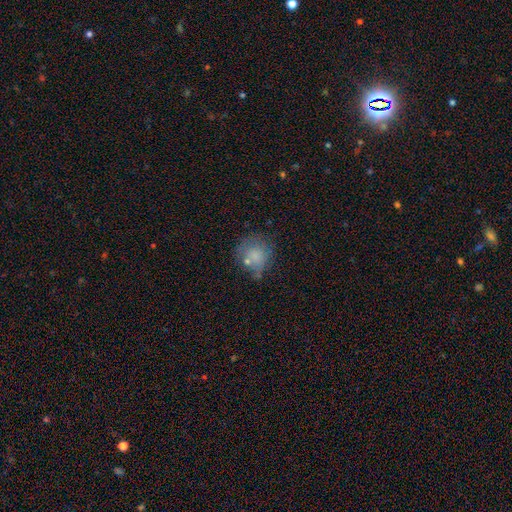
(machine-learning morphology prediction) Smooth or featured?
  - smooth: 71% *
  - featured or disk: 18%
  - star or artifact: 11%
How rounded?
  - round: 79% *
  - in between: 20%
  - cigar-shaped: 1%
Merging?
  - none: 51% *
  - minor disturbance: 24%
  - major disturbance: 13%
  - merger: 12%